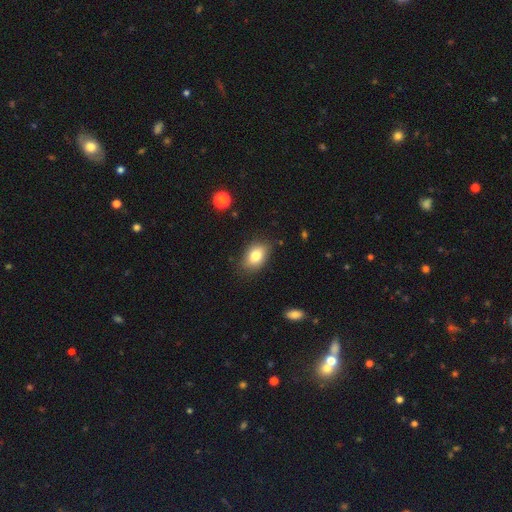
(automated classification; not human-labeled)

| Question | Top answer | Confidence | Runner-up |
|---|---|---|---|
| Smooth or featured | smooth | 80% | featured or disk (12%) |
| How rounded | in between | 84% | round (15%) |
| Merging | none | 82% | minor disturbance (13%) |